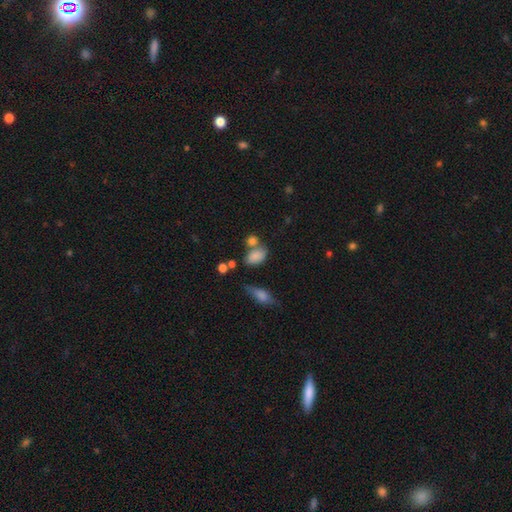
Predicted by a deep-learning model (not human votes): Morphology: type=smooth (81%); roundness=in between (80%); merging=none (48%).